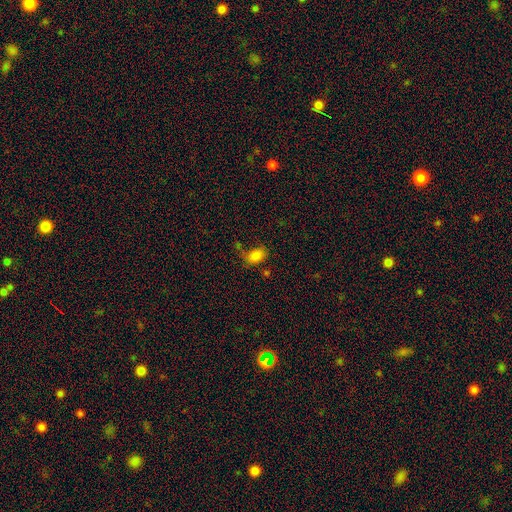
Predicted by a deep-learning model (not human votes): Overall: smooth (81%). How rounded: in between (85%). Merging: none (48%; minor disturbance 23%).